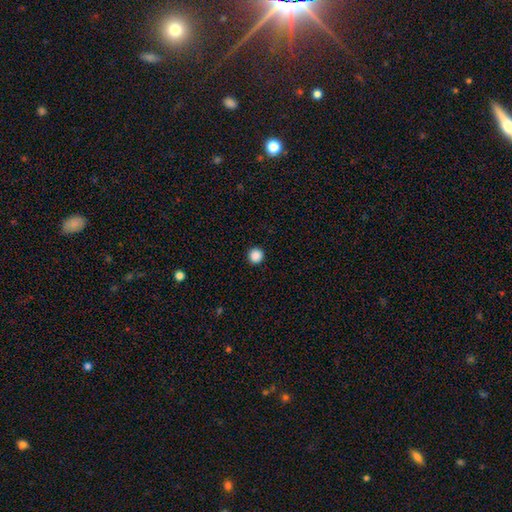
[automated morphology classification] Smooth or featured?
  - smooth: 88% *
  - star or artifact: 10%
  - featured or disk: 2%
How rounded?
  - round: 96% *
  - in between: 3%
  - cigar-shaped: 1%
Merging?
  - none: 93% *
  - minor disturbance: 4%
  - major disturbance: 2%
  - merger: 1%